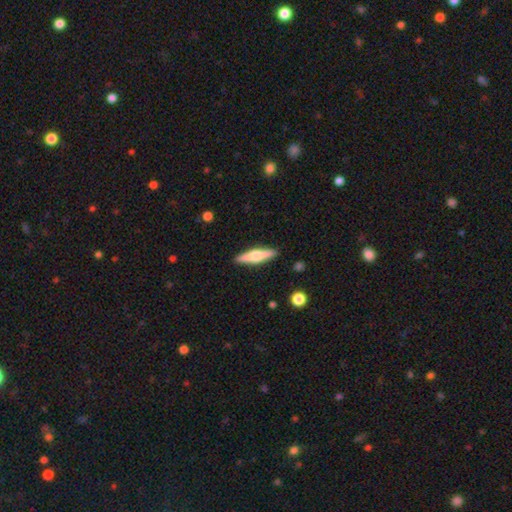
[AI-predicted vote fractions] smooth_or_featured: featured or disk (p=0.55) [alt: smooth p=0.39]
disk_edge_on: yes (p=0.96) [alt: no p=0.04]
edge_on_bulge: rounded (p=0.90) [alt: boxy p=0.06]
merging: none (p=0.90) [alt: minor disturbance p=0.07]